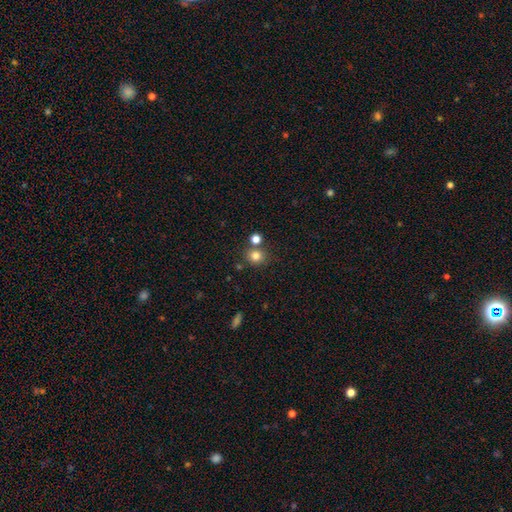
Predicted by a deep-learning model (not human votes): smooth-or-featured: smooth: 80% | star or artifact: 14% | featured or disk: 6%
  how-rounded: round: 86% | in between: 13% | cigar-shaped: 1%
  merging: none: 72% | merger: 16% | minor disturbance: 8% | major disturbance: 3%